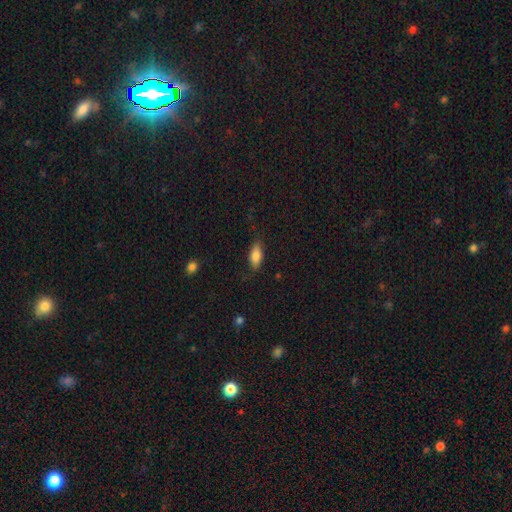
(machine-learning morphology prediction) Smooth or featured: smooth — 82% (featured or disk — 11%)
How rounded: in between — 83% (cigar-shaped — 15%)
Merging: none — 78% (minor disturbance — 17%)